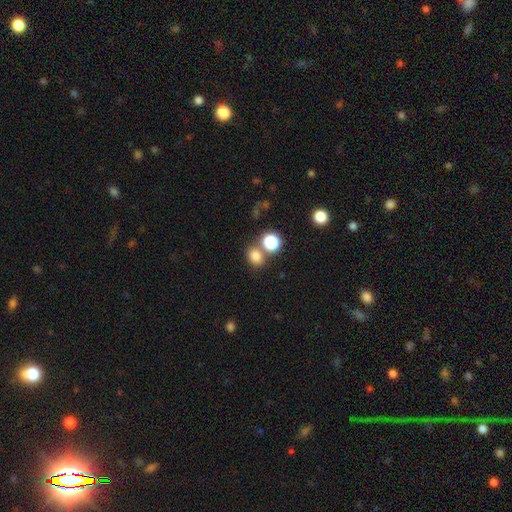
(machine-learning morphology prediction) The model was most divided on "how rounded": round: 59%, in between: 40%, cigar-shaped: 1%. More confident: smooth or featured — smooth (78%); merging — none (64%).